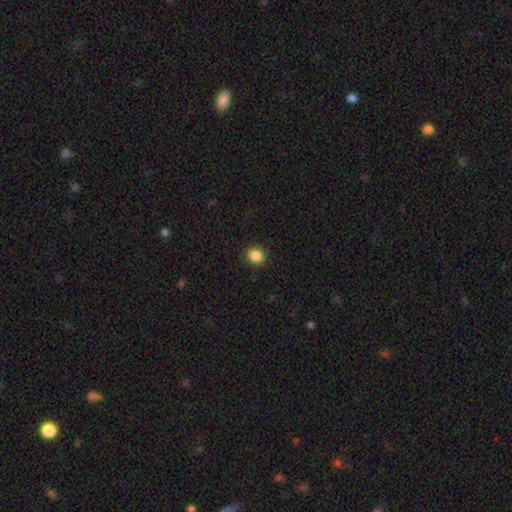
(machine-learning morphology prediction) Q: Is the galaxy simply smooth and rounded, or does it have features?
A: smooth — 87%.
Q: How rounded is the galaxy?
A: round — 74%.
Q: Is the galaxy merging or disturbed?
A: none — 90%.